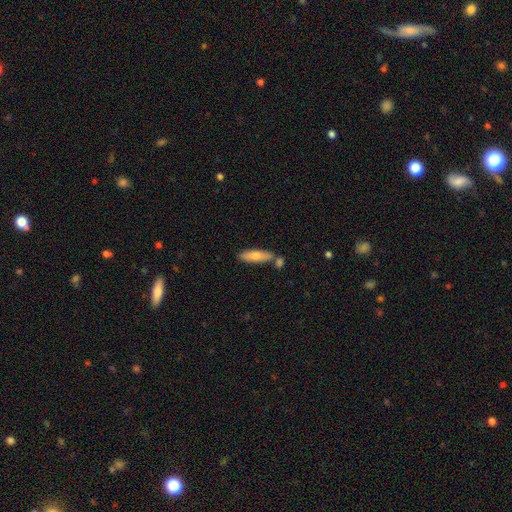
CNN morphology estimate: This appears to be a smooth galaxy with no disk features (73%) that is cigar-shaped (63%). Merging: none (70%).